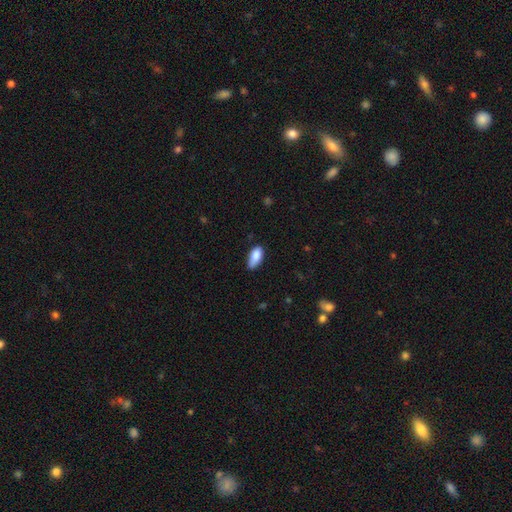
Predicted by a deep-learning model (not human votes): Smooth or featured: smooth — 86% (featured or disk — 7%)
How rounded: in between — 89% (cigar-shaped — 9%)
Merging: none — 59% (minor disturbance — 34%)